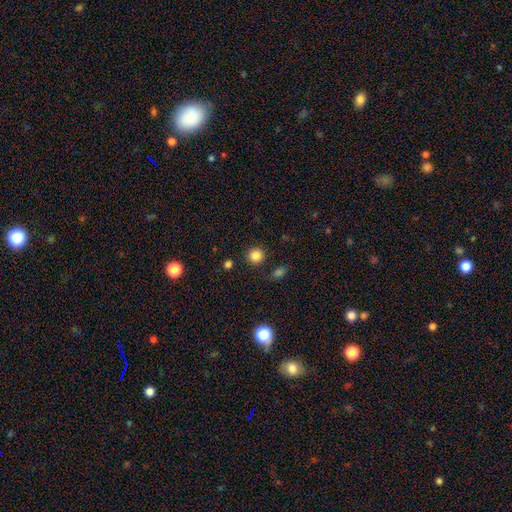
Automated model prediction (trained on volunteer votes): A smooth galaxy with no disk features (84%) that is round (93%). Merging: none (89%).